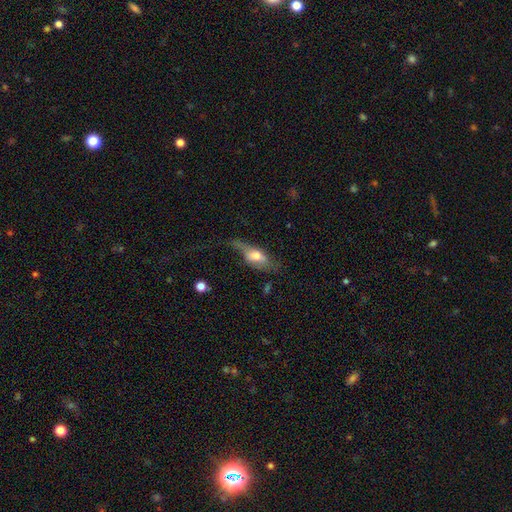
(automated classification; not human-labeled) Overall: smooth (50%; featured or disk 42%). Merging: none (38%; minor disturbance 30%).